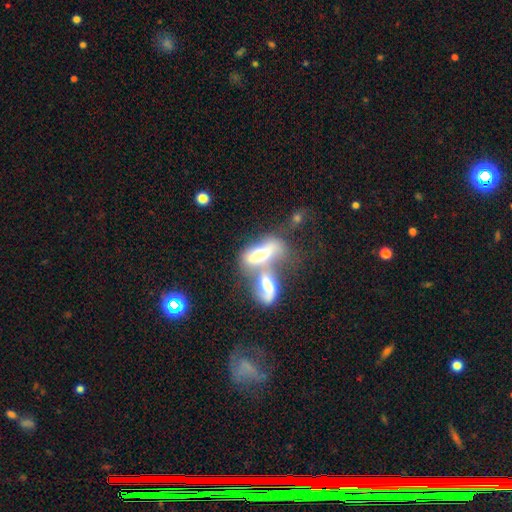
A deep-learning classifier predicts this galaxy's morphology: Smooth or featured: smooth — 53% (featured or disk — 38%)
How rounded: in between — 70% (cigar-shaped — 26%)
Merging: merger — 72% (none — 12%)